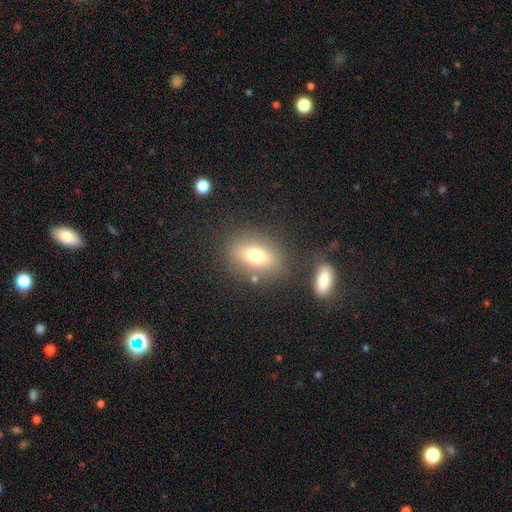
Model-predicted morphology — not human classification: Smooth or featured: smooth — 69% (featured or disk — 19%)
How rounded: in between — 66% (round — 29%)
Merging: none — 76% (minor disturbance — 12%)